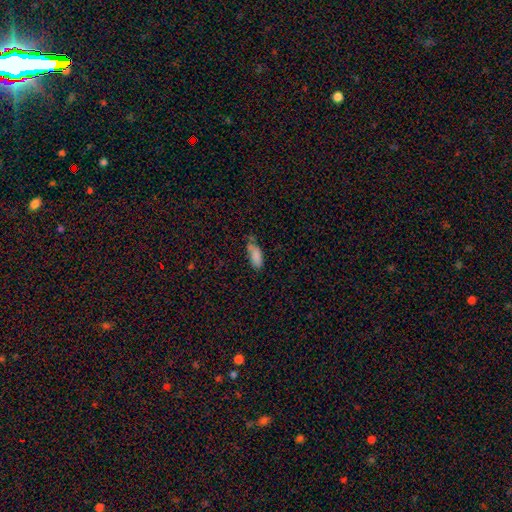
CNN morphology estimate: A smooth galaxy with no disk features (83%) that is in between round and cigar-shaped (81%).

Vote fractions:
- Smooth or featured? smooth: 83% / star or artifact: 9% / featured or disk: 8%
- How rounded? in between: 81% / cigar-shaped: 16% / round: 2%
- Merging? none: 45% / minor disturbance: 31% / merger: 13% / major disturbance: 11%